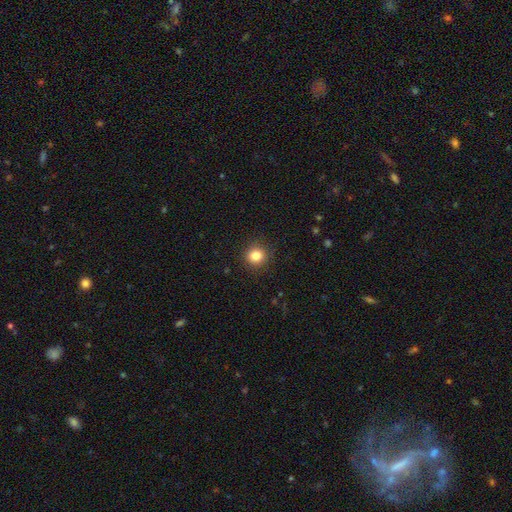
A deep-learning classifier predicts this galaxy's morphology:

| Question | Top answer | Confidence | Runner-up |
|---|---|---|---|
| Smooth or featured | smooth | 83% | star or artifact (12%) |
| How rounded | round | 91% | in between (9%) |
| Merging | none | 91% | minor disturbance (6%) |